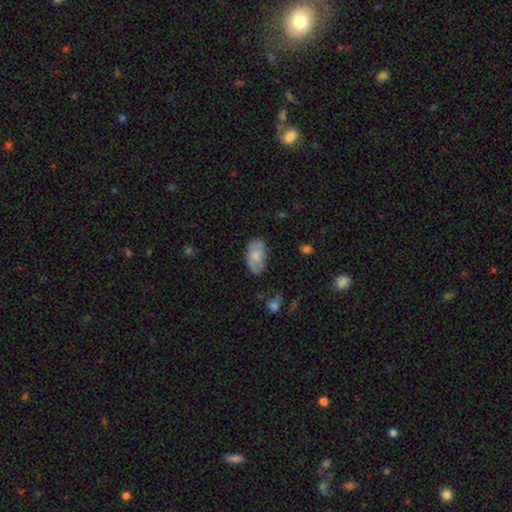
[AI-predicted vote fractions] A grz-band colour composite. It shows a smooth galaxy with no disk features (72%) that is in between round and cigar-shaped (94%). Merging: none (75%).